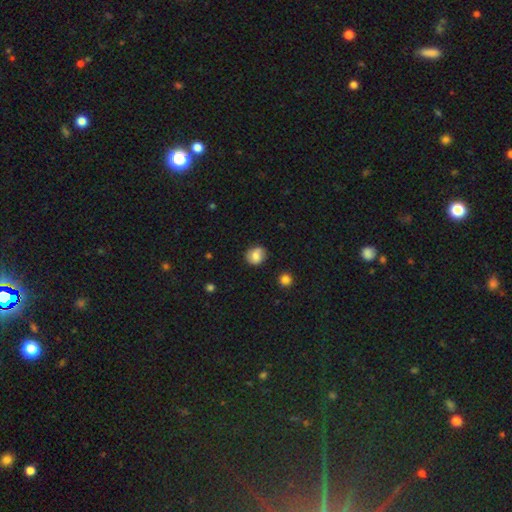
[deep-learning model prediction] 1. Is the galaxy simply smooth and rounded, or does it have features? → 70% smooth, 21% featured or disk, 9% star or artifact.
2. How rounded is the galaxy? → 71% round, 28% in between, 1% cigar-shaped.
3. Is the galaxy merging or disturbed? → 75% none, 19% minor disturbance, 5% major disturbance, 2% merger.